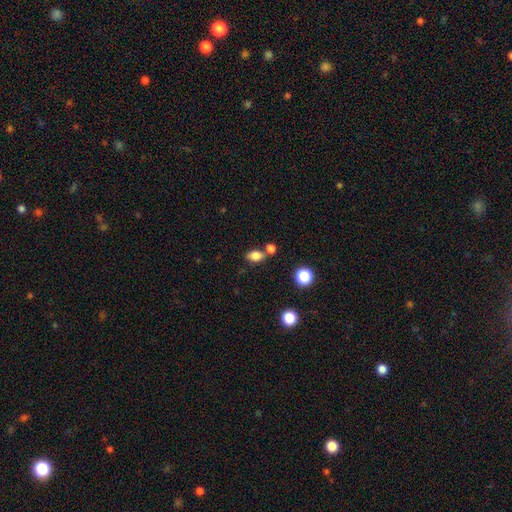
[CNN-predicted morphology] This is clearly a smooth galaxy (81%). How rounded: clearly in between (80%). Merging: likely none (62%).